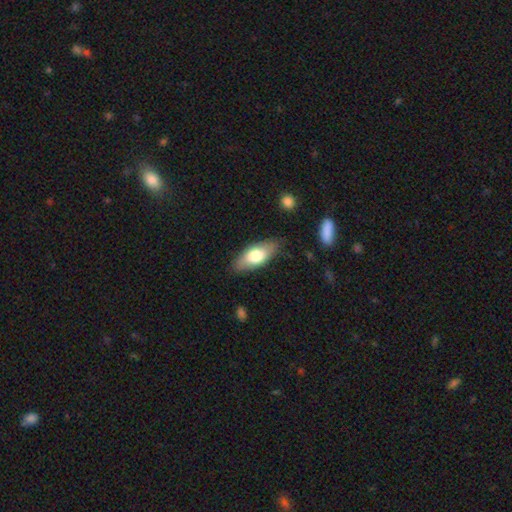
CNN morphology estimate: Overall: smooth (71%). How rounded: in between (83%). Merging: none (83%).